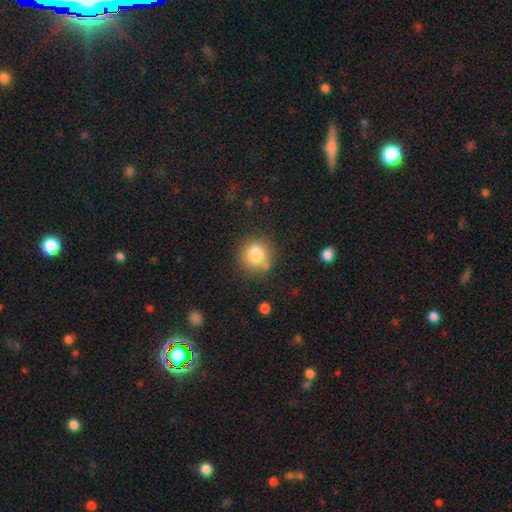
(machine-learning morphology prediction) Q: Smooth or featured?
A: smooth (82%); runner-up: star or artifact (10%)
Q: How rounded?
A: round (83%); runner-up: in between (16%)
Q: Merging?
A: none (72%); runner-up: minor disturbance (16%)